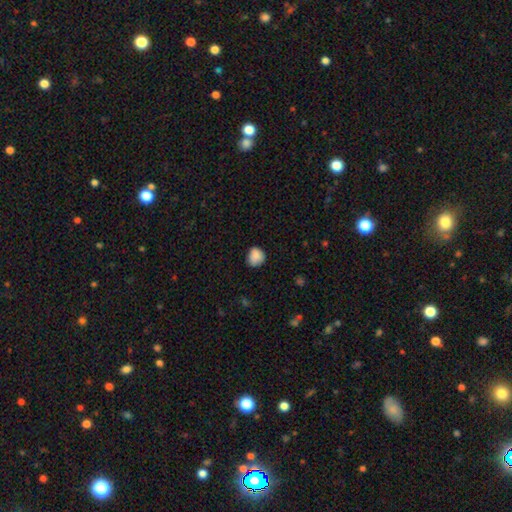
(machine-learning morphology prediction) Smooth or featured? Predicted: smooth (p=0.86). How rounded? Predicted: round (p=0.79). Merging? Predicted: none (p=0.73).